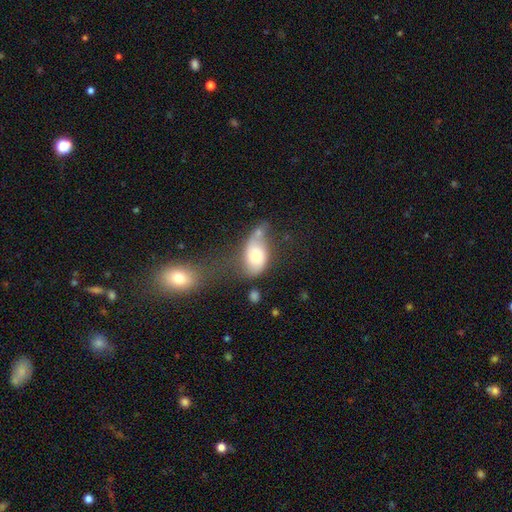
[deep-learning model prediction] Smooth or featured? smooth (61%)
How rounded? in between (86%)
Merging? merger (28%)